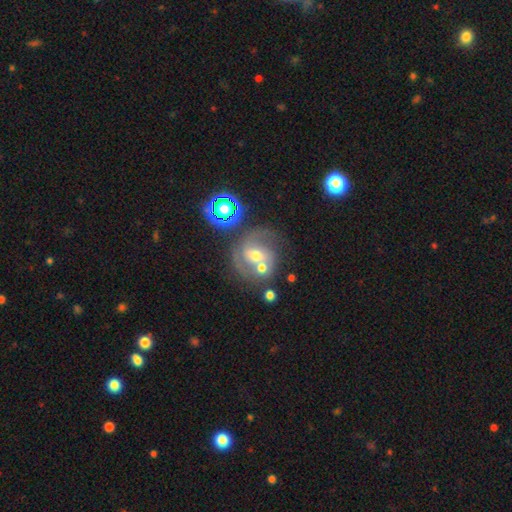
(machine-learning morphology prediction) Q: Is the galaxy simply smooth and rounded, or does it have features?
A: featured or disk — 62%.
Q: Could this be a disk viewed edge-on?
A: no — 97%.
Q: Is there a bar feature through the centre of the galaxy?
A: no — 44%.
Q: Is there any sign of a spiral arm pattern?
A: yes — 78%.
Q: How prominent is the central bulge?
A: moderate — 65%.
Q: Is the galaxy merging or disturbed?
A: none — 40%.